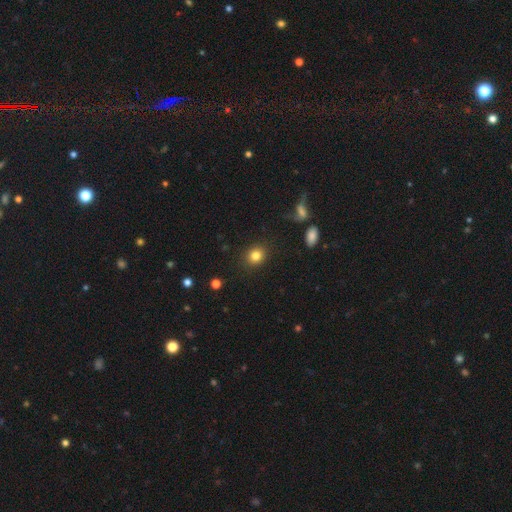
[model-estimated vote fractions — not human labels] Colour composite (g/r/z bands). It shows a smooth galaxy with no disk features (83%) that is round (74%). Merging: none (88%).